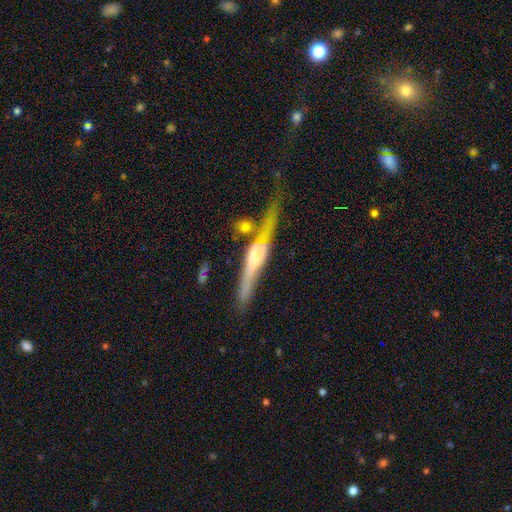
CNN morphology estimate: smooth_or_featured: featured or disk (p=0.74) [alt: smooth p=0.19]
disk_edge_on: yes (p=0.92) [alt: no p=0.08]
edge_on_bulge: rounded (p=0.61) [alt: boxy p=0.30]
merging: none (p=0.48) [alt: minor disturbance p=0.22]